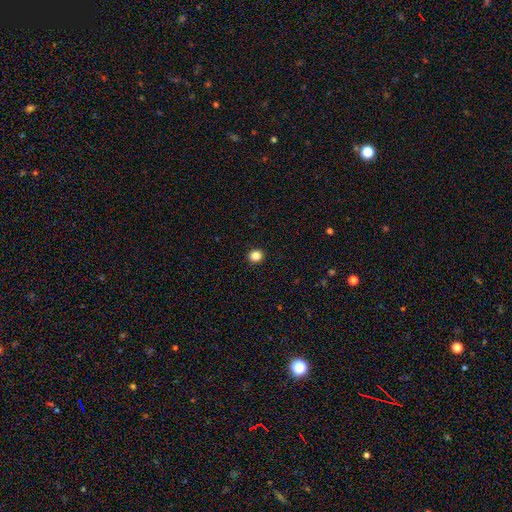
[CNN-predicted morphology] Smooth or featured: smooth — 85% (star or artifact — 11%)
How rounded: round — 88% (in between — 11%)
Merging: none — 93% (minor disturbance — 4%)